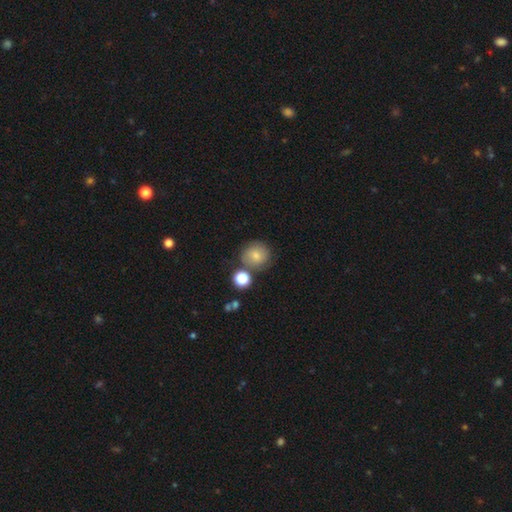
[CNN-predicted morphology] smooth_or_featured: smooth (p=0.76) [alt: featured or disk p=0.13]
how_rounded: round (p=0.88) [alt: in between p=0.11]
merging: none (p=0.69) [alt: merger p=0.14]